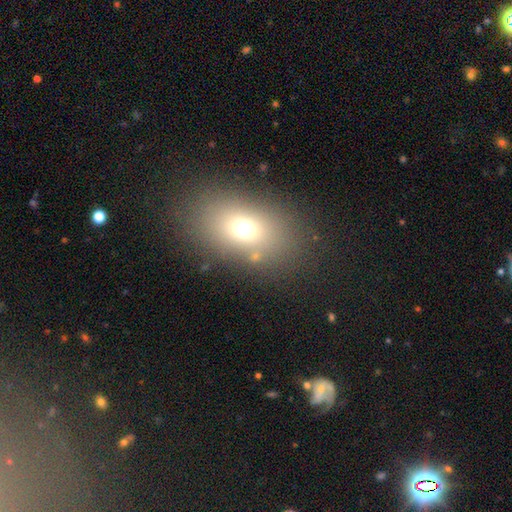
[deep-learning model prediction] Smooth or featured: smooth — 68% (star or artifact — 18%)
How rounded: in between — 72% (round — 26%)
Merging: none — 79% (minor disturbance — 10%)